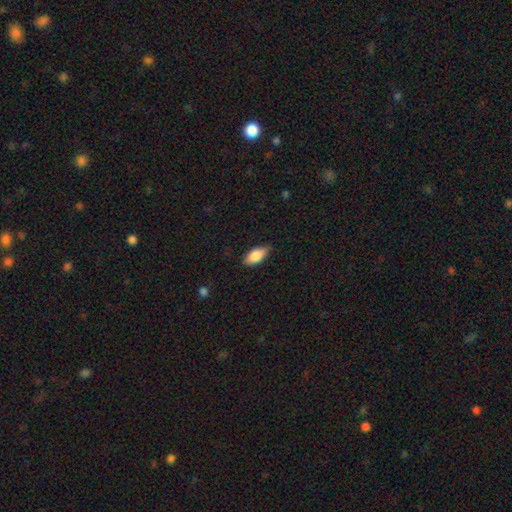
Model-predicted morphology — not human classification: This is clearly a smooth galaxy (84%). How rounded: clearly in between (89%). Merging: likely none (79%).